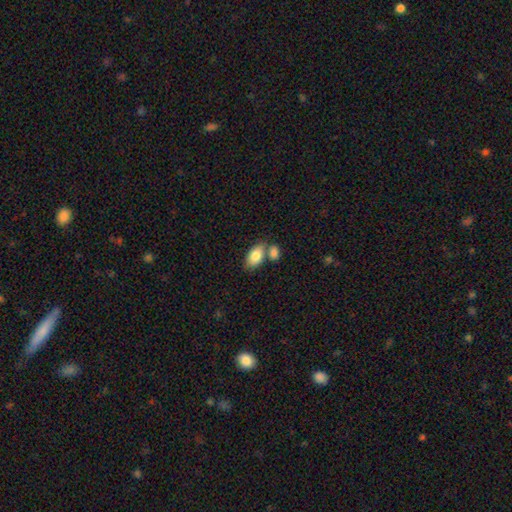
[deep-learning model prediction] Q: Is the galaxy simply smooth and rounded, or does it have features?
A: smooth — 82%.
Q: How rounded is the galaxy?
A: in between — 92%.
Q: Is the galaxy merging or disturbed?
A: none — 50%.